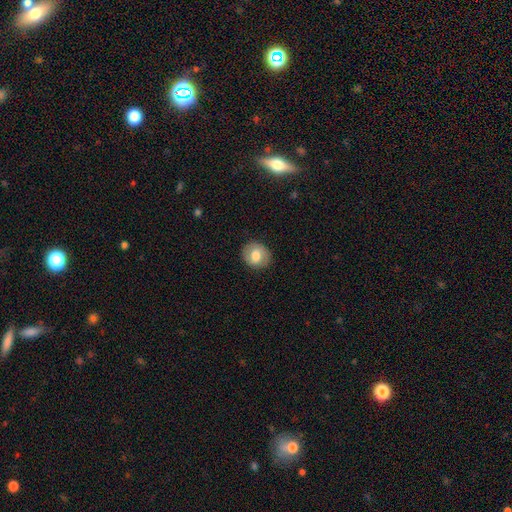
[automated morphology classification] Smooth or featured?
  - smooth: 68% *
  - featured or disk: 24%
  - star or artifact: 7%
How rounded?
  - round: 73% *
  - in between: 26%
  - cigar-shaped: 1%
Merging?
  - none: 86% *
  - minor disturbance: 10%
  - major disturbance: 3%
  - merger: 1%